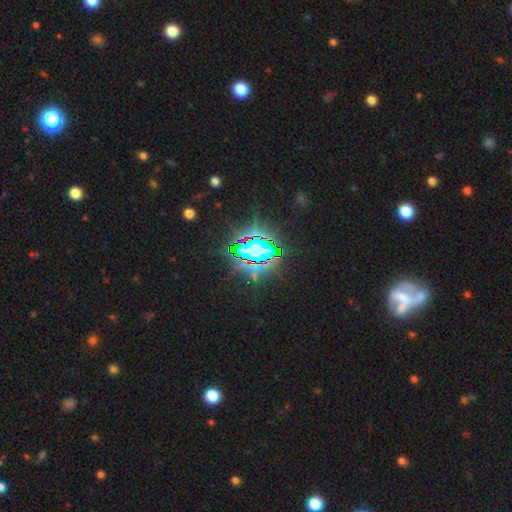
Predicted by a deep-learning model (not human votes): This is clearly a star or artifact rather than a galaxy (81%).